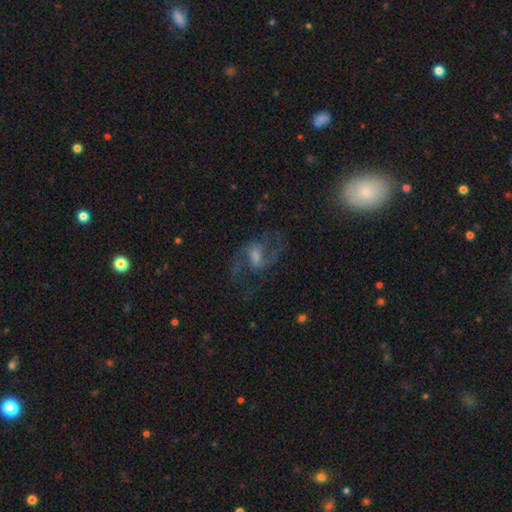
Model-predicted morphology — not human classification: This appears to be a featured or disk galaxy (80%) with a weak bar (56%), 2 (83%) medium (49%) spiral arms (93%) and a moderate central bulge (43%). Merging: none (66%).